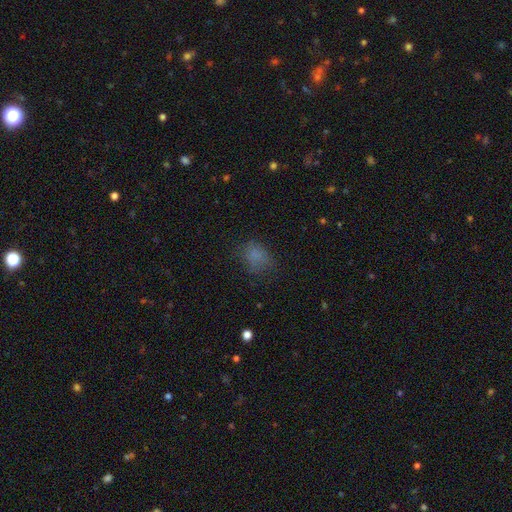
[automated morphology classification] This is likely a smooth galaxy (74%). How rounded: likely in between (60%). Merging: likely none (64%).